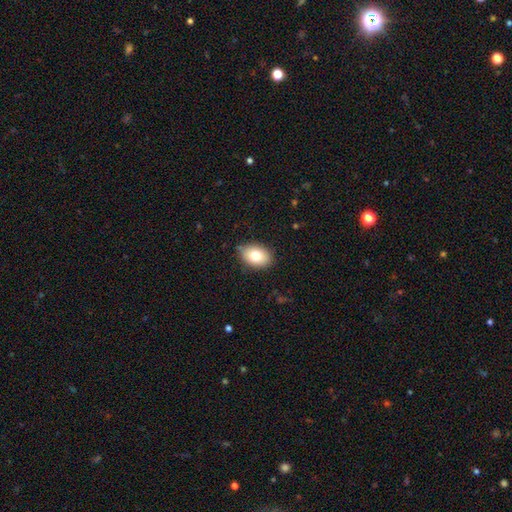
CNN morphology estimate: This appears to be a smooth galaxy with no disk features (78%) that is in between round and cigar-shaped (78%). Merging: none (83%).